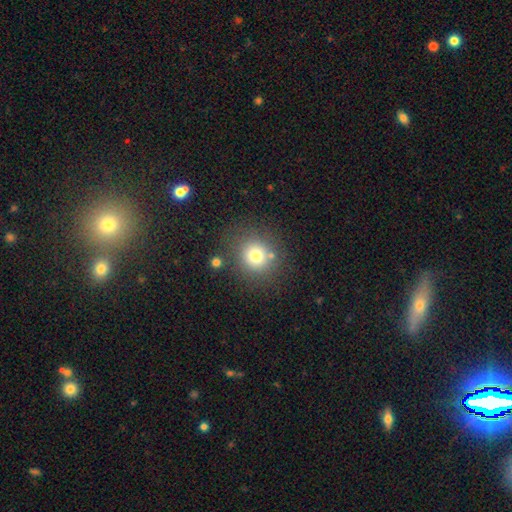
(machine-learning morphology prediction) smooth 75%, star or artifact 14%, featured or disk 11%. Down the decision tree: how rounded — round (88%); merging — none (78%).